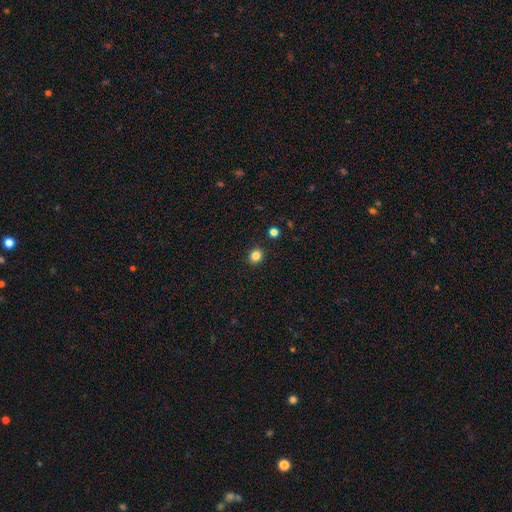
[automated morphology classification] smooth 84%, star or artifact 12%, featured or disk 4%. Down the decision tree: how rounded — round (75%); merging — none (91%).